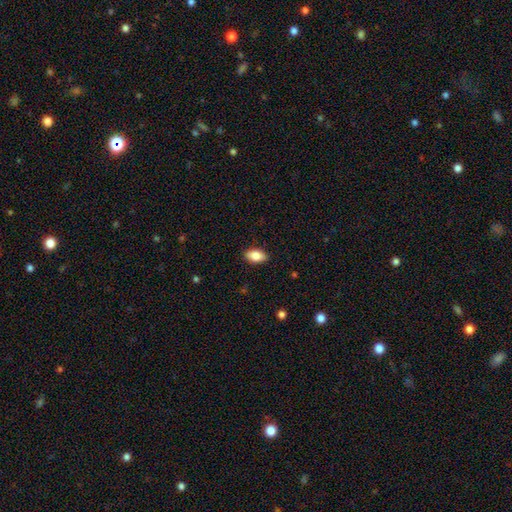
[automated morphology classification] smooth_or_featured: smooth (p=0.84) [alt: featured or disk p=0.09]
how_rounded: in between (p=0.93) [alt: round p=0.04]
merging: none (p=0.89) [alt: minor disturbance p=0.08]